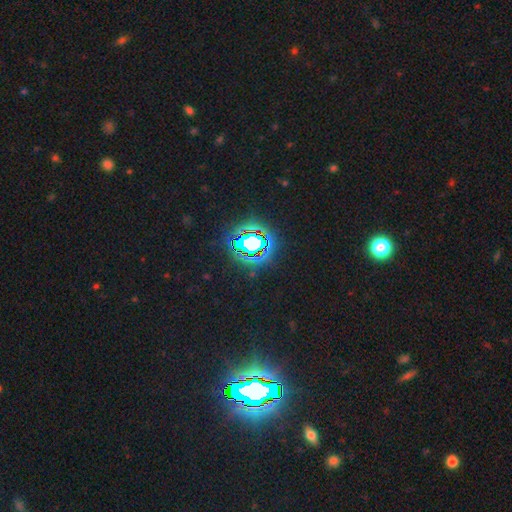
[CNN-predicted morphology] The model was most divided on "smooth or featured": star or artifact: 82%, smooth: 11%, featured or disk: 7%.